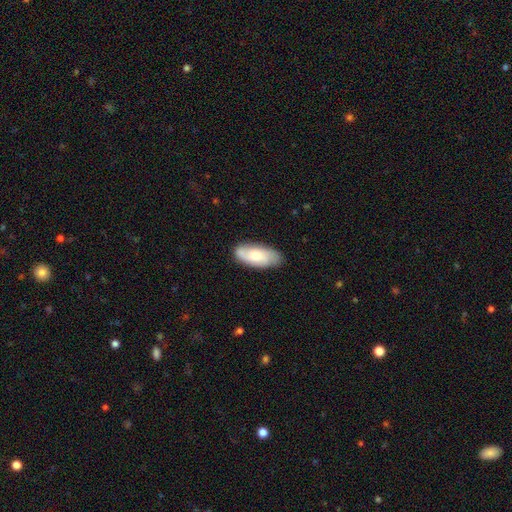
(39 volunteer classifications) smooth-or-featured: smooth: 56% | featured or disk: 38% | star or artifact: 5%
  how-rounded: in between: 77% | cigar-shaped: 14% | round: 9%
  merging: none: 73% | minor disturbance: 22% | major disturbance: 3% | merger: 3%